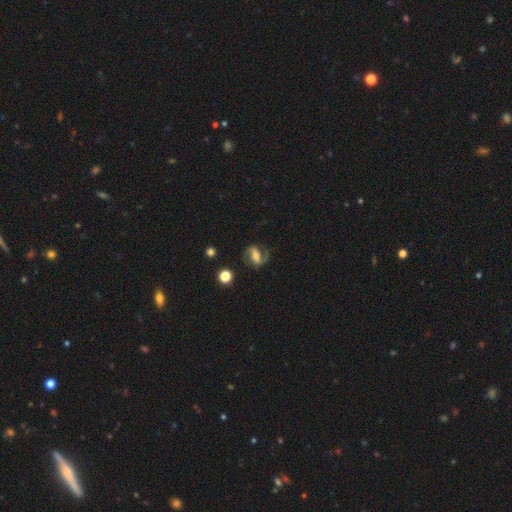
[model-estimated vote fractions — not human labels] Overall: featured or disk (77%). Edge-on disk: no (95%). Bar: strong (52%; weak 32%). Spiral arms: yes (92%). Spiral arm count: 2 (90%). Spiral winding: medium (49%; loose 33%). Bulge size: moderate (50%; small 29%). Merging: none (74%).